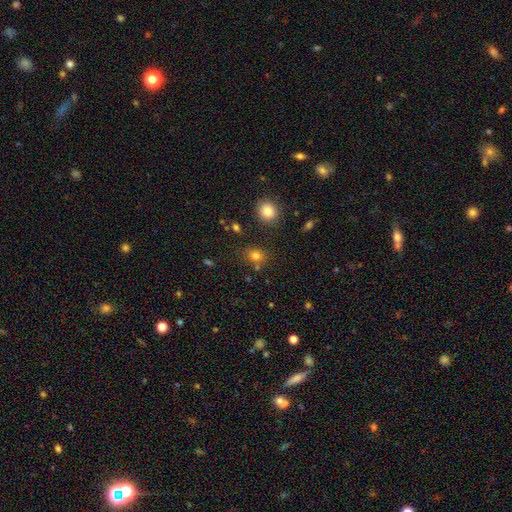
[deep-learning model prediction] Morphology: type=smooth (77%); roundness=round (64%); merging=none (72%).